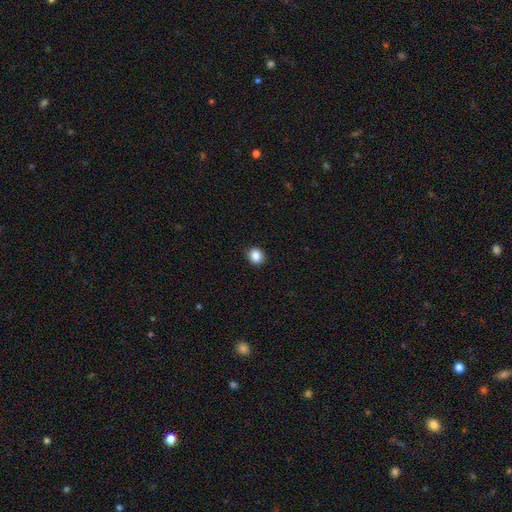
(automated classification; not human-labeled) smooth-or-featured: smooth: 87% | star or artifact: 10% | featured or disk: 3%
  how-rounded: round: 74% | in between: 25% | cigar-shaped: 1%
  merging: none: 90% | minor disturbance: 7% | major disturbance: 2% | merger: 1%